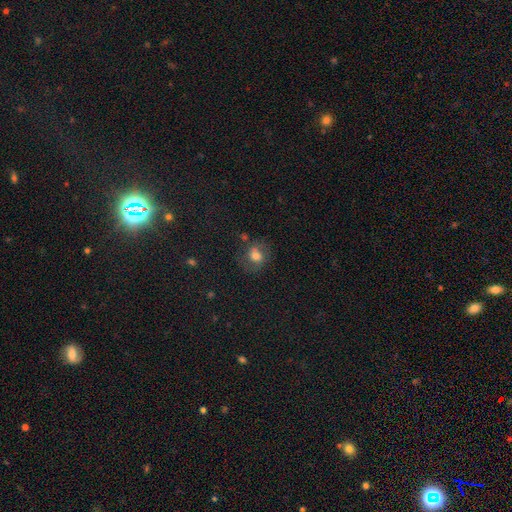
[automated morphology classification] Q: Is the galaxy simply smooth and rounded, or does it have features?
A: smooth — 66%.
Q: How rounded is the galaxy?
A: round — 60%.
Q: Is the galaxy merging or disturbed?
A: none — 62%.